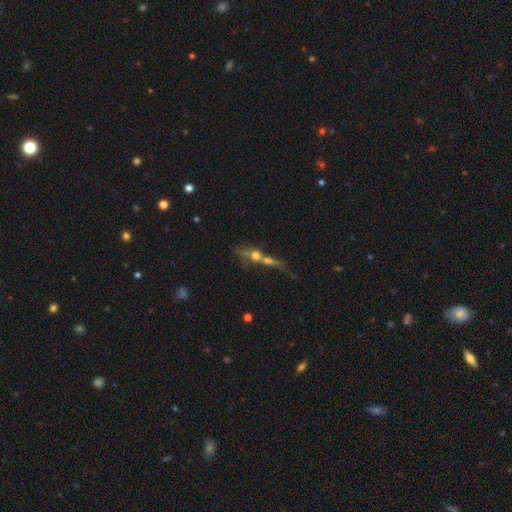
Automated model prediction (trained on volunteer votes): Q: Smooth or featured?
A: featured or disk (43%); runner-up: smooth (42%)
Q: Merging?
A: merger (58%); runner-up: none (20%)